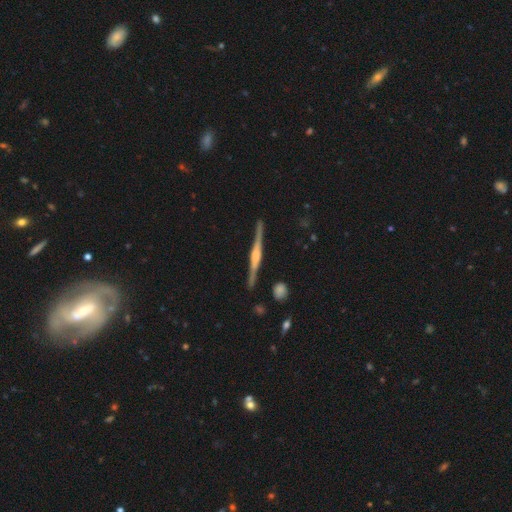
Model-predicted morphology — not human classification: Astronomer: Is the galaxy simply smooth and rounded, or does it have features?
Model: featured or disk — 83%.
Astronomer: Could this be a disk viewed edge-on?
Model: yes — 98%.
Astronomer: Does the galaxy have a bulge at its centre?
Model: rounded — 54% (runner-up: boxy, 38%).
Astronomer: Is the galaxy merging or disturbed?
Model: none — 89%.